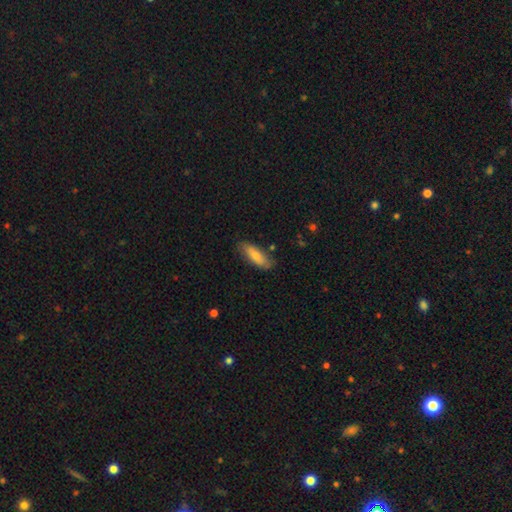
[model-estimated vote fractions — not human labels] smooth 76%, featured or disk 18%, star or artifact 6%. Down the decision tree: how rounded — in between (61%); merging — none (78%).